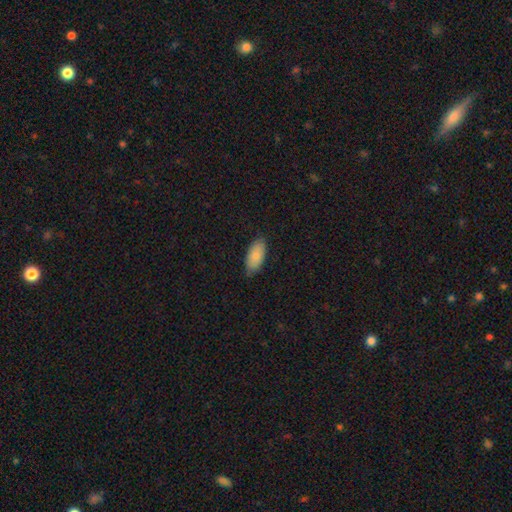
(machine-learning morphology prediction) Smooth or featured?
  - smooth: 81% *
  - featured or disk: 13%
  - star or artifact: 6%
How rounded?
  - in between: 92% *
  - cigar-shaped: 6%
  - round: 2%
Merging?
  - none: 81% *
  - minor disturbance: 16%
  - major disturbance: 2%
  - merger: 1%